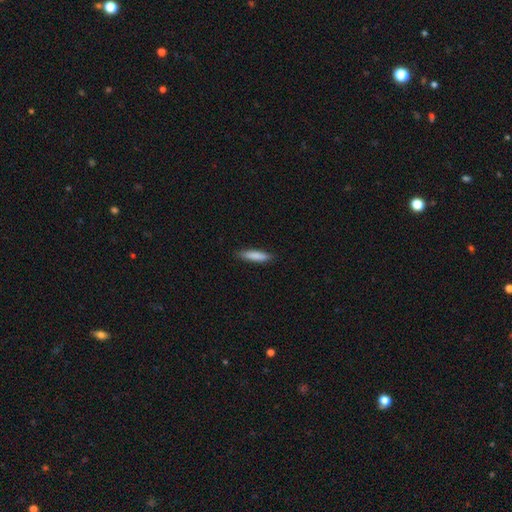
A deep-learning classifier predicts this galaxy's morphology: Smooth or featured? Predicted: smooth (p=0.83). How rounded? Predicted: cigar-shaped (p=0.78). Merging? Predicted: none (p=0.87).